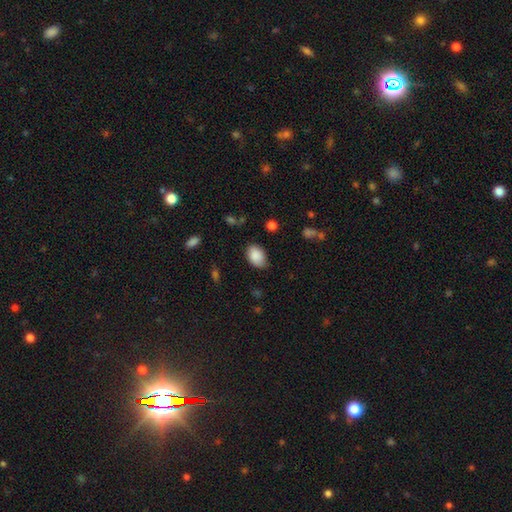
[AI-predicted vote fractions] Smooth or featured?
  - smooth: 88% *
  - star or artifact: 7%
  - featured or disk: 5%
How rounded?
  - in between: 90% *
  - round: 9%
  - cigar-shaped: 1%
Merging?
  - none: 75% *
  - minor disturbance: 20%
  - major disturbance: 4%
  - merger: 1%